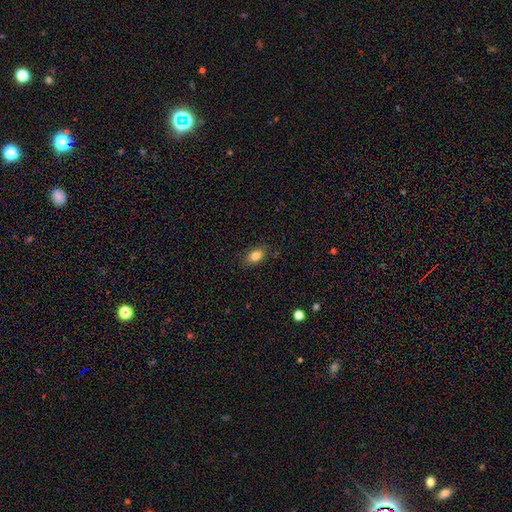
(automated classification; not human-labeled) smooth-or-featured: smooth: 82% | star or artifact: 9% | featured or disk: 9%
  how-rounded: in between: 84% | round: 12% | cigar-shaped: 3%
  merging: none: 85% | minor disturbance: 12% | major disturbance: 3% | merger: 1%